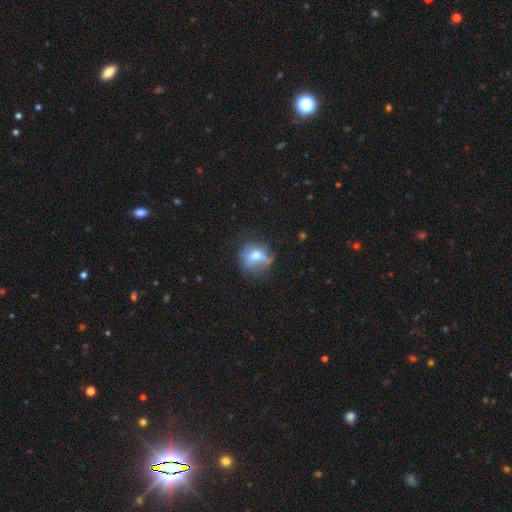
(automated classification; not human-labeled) Smooth or featured? smooth (59%)
How rounded? round (67%)
Merging? none (47%)